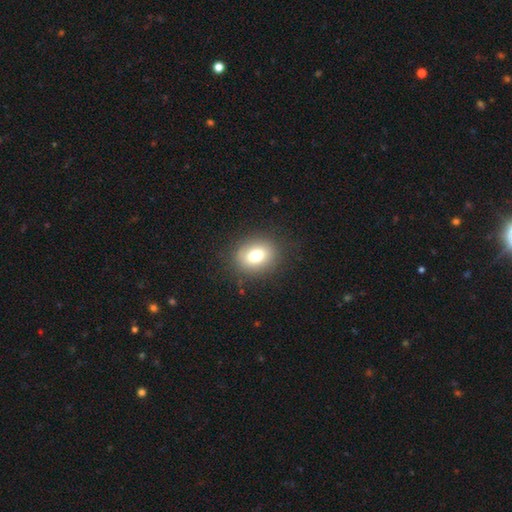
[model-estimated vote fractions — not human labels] smooth_or_featured: smooth (p=0.76) [alt: featured or disk p=0.13]
how_rounded: in between (p=0.51) [alt: round p=0.48]
merging: none (p=0.86) [alt: minor disturbance p=0.09]